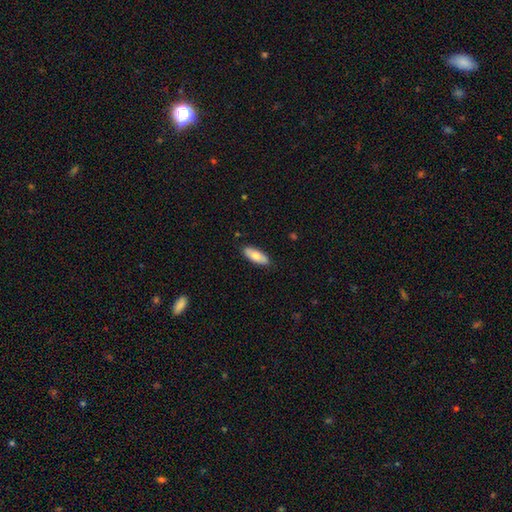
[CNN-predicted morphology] Smooth or featured? Predicted: smooth (p=0.70). How rounded? Predicted: in between (p=0.74). Merging? Predicted: none (p=0.87).